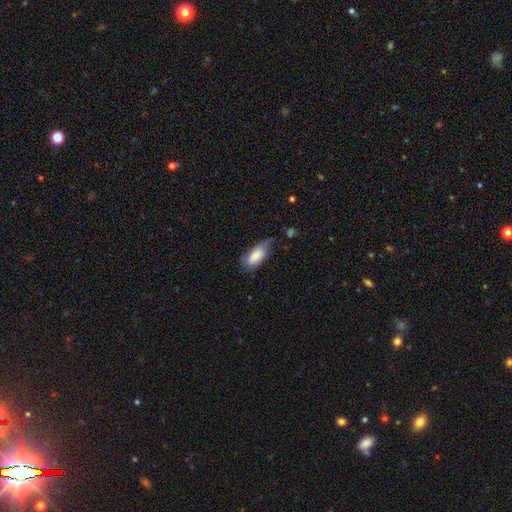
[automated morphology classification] The model was most divided on "merging": minor disturbance: 42%, none: 40%, major disturbance: 15%, merger: 3%. More confident: how rounded — in between (88%); smooth or featured — smooth (77%).